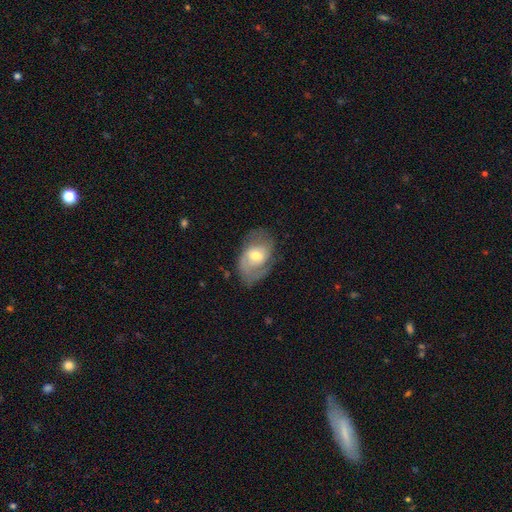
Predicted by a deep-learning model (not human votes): This is likely a featured or disk galaxy (65%). It is clearly not viewed edge-on (95%). Bar: possibly no (45%). Spiral arm pattern: likely yes (80%). Central bulge: likely moderate (67%). Merging: likely none (62%).